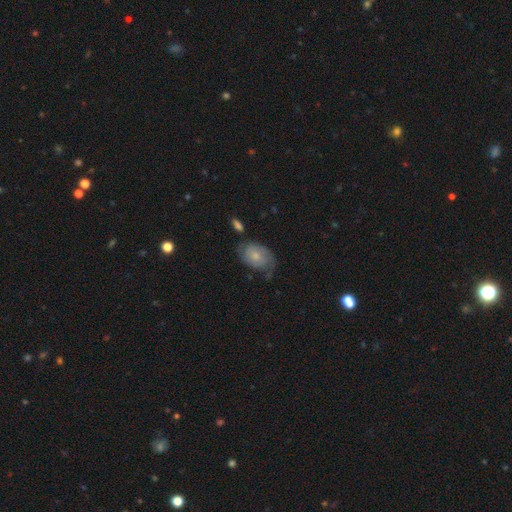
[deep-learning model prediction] Smooth or featured? Predicted: smooth (p=0.55). How rounded? Predicted: in between (p=0.82). Merging? Predicted: none (p=0.46).